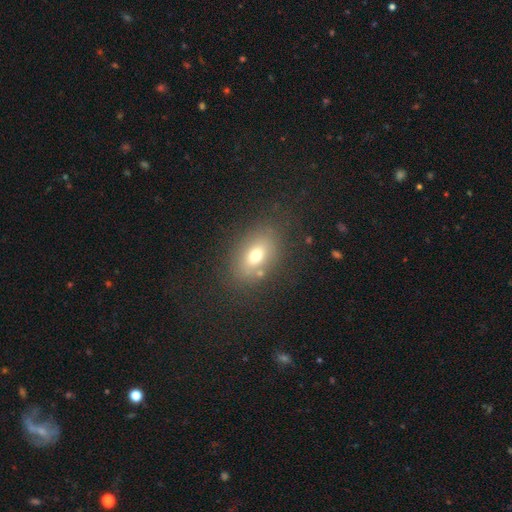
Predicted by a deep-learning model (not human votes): This is likely a smooth galaxy (69%). How rounded: likely in between (80%). Merging: likely none (77%).